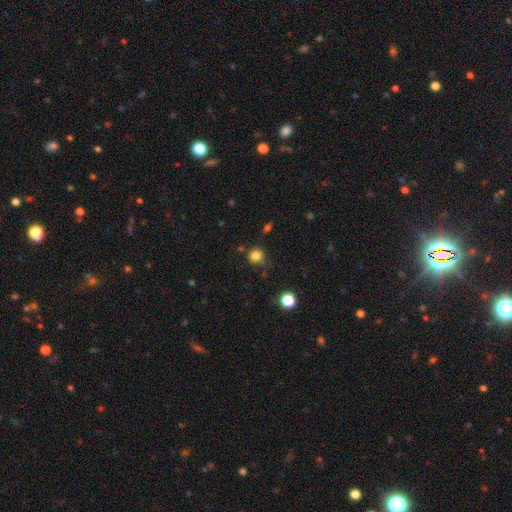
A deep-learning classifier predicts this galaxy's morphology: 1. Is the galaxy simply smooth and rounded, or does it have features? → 81% smooth, 14% star or artifact, 5% featured or disk.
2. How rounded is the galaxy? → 89% round, 10% in between, 1% cigar-shaped.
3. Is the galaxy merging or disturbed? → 74% none, 17% minor disturbance, 5% major disturbance, 4% merger.